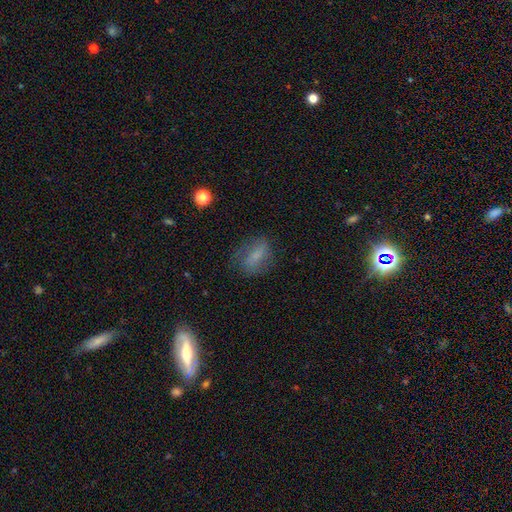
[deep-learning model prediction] Smooth or featured? Predicted: smooth (p=0.66). How rounded? Predicted: in between (p=0.74). Merging? Predicted: none (p=0.68).